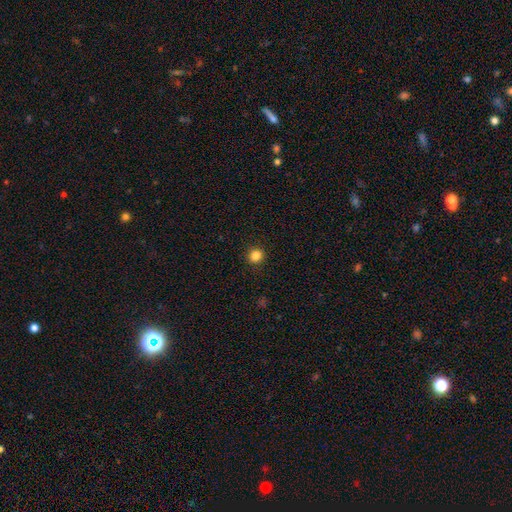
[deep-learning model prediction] Overall: smooth (85%). How rounded: round (91%). Merging: none (92%).